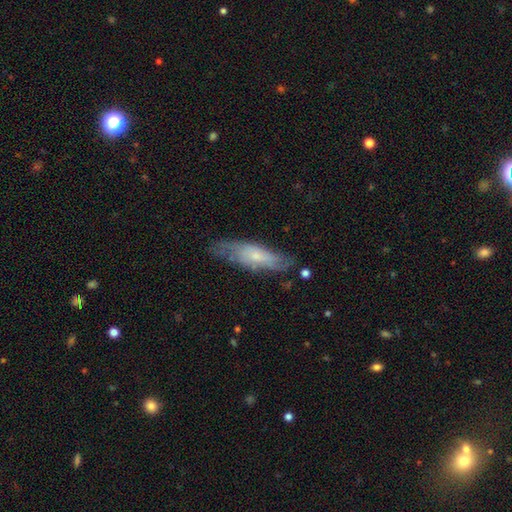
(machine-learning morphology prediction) smooth-or-featured: featured or disk: 47% (tied) | smooth: 47% (tied) | star or artifact: 7%
  merging: none: 65% | minor disturbance: 25% | major disturbance: 8% | merger: 2%